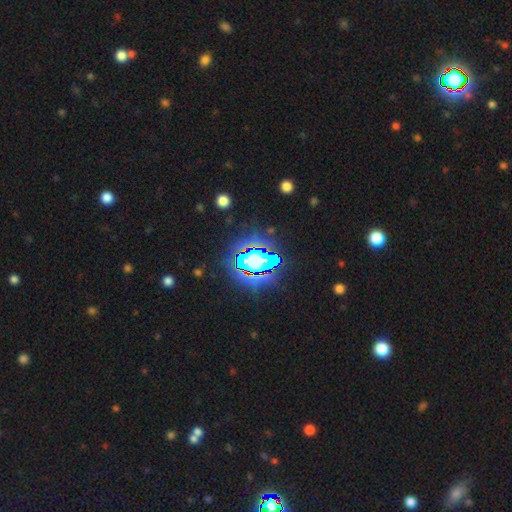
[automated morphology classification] smooth_or_featured: star or artifact (p=0.80) [alt: smooth p=0.11]